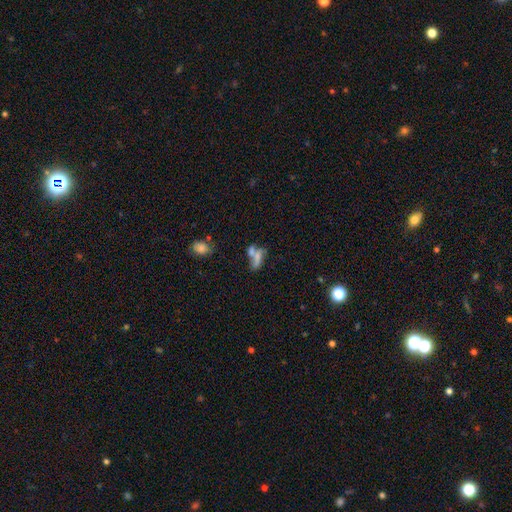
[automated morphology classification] Smooth or featured: smooth — 56% (featured or disk — 30%)
How rounded: in between — 64% (cigar-shaped — 28%)
Merging: merger — 50% (none — 27%)